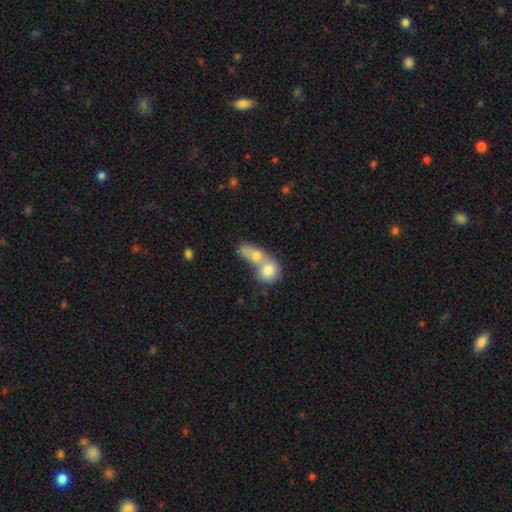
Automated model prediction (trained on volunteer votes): The model was most divided on "how rounded": in between: 55%, round: 38%, cigar-shaped: 8%. More confident: merging — merger (77%); smooth or featured — smooth (74%).